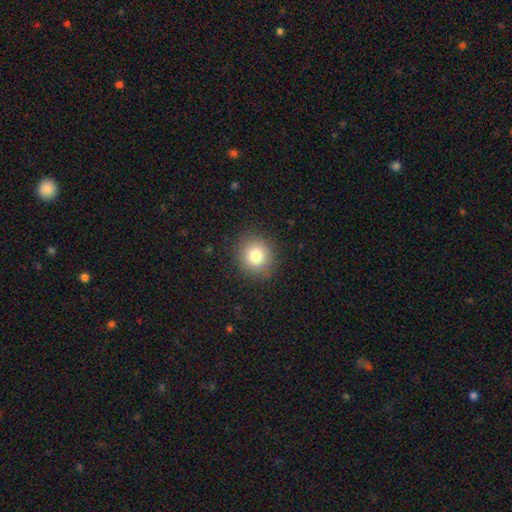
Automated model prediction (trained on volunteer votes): Q: Smooth or featured?
A: smooth (80%); runner-up: star or artifact (11%)
Q: How rounded?
A: round (84%); runner-up: in between (15%)
Q: Merging?
A: none (89%); runner-up: minor disturbance (7%)